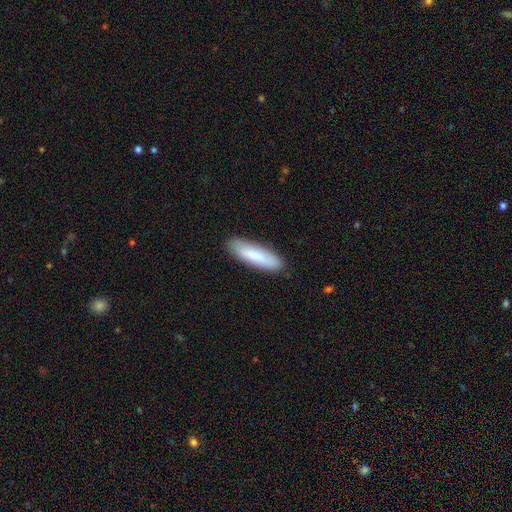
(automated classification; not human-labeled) A smooth galaxy with no disk features (79%) that is cigar-shaped (63%). Merging: none (87%).